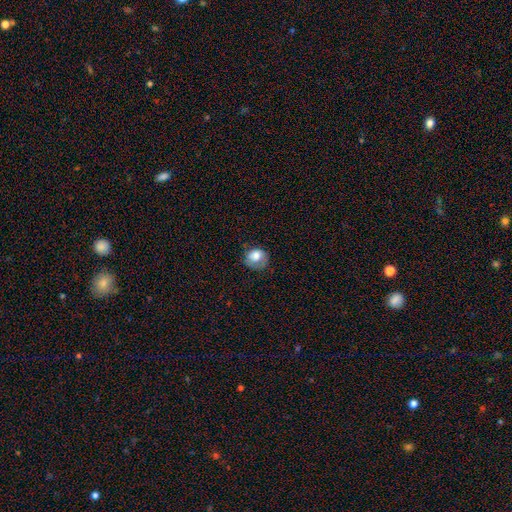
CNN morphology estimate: Smooth or featured?
  - smooth: 76% *
  - featured or disk: 15%
  - star or artifact: 9%
How rounded?
  - round: 69% *
  - in between: 30%
  - cigar-shaped: 1%
Merging?
  - none: 55% *
  - minor disturbance: 29%
  - major disturbance: 15%
  - merger: 2%